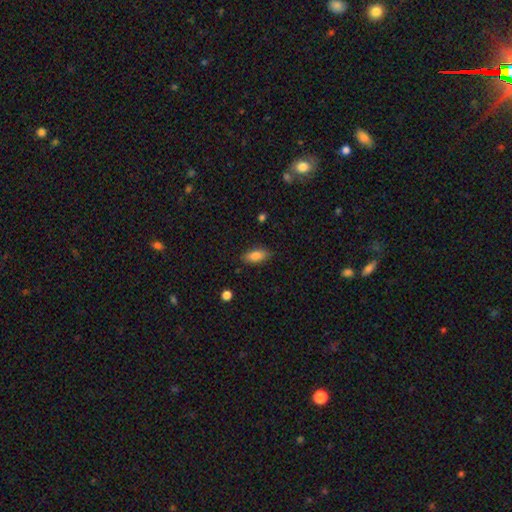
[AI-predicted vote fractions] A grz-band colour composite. It shows a smooth galaxy with no disk features (84%) that is in between round and cigar-shaped (86%). Merging: none (85%).